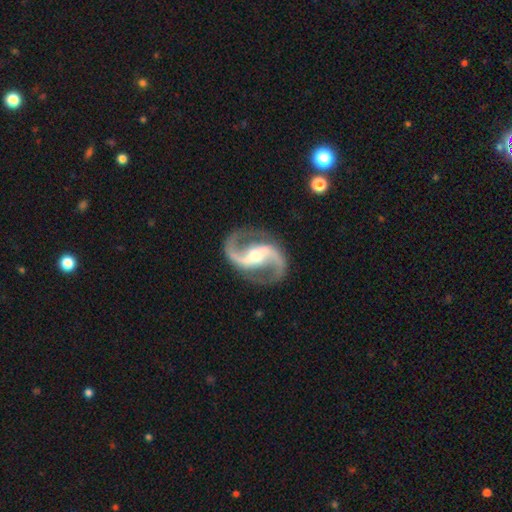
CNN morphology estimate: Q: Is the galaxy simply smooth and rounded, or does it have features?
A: featured or disk — 94%.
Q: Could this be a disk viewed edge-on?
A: no — 98%.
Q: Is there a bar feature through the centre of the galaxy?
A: strong — 47%.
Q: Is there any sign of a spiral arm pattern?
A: yes — 98%.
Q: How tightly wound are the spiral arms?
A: medium — 57%.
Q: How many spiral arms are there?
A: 2 — 95%.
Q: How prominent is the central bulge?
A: moderate — 55%.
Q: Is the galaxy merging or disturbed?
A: none — 86%.